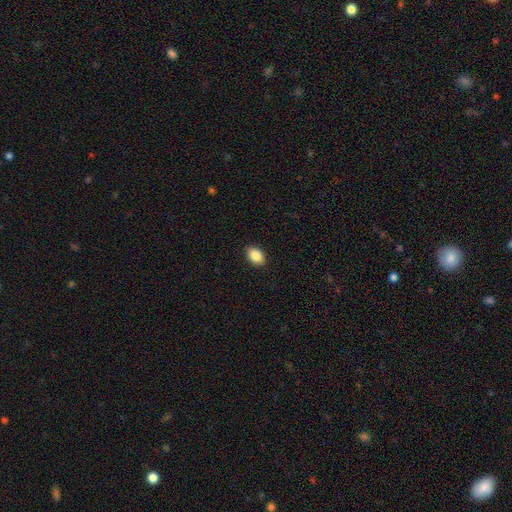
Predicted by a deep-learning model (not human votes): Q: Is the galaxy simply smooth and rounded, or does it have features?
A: smooth — 88%.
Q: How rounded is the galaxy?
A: in between — 86%.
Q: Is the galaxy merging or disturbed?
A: none — 90%.